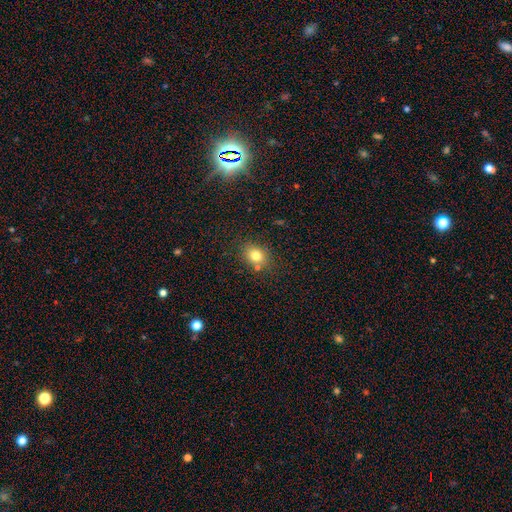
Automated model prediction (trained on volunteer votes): This is likely a smooth galaxy (78%). How rounded: possibly round (50%). Merging: likely none (76%).